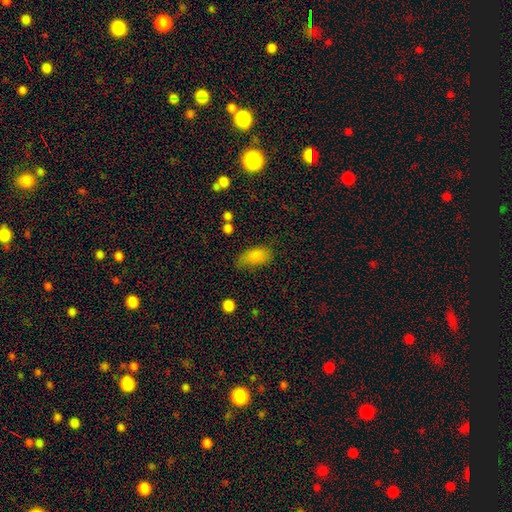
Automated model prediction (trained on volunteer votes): This is clearly a smooth galaxy (83%). How rounded: clearly in between (90%). Merging: possibly none (51%).